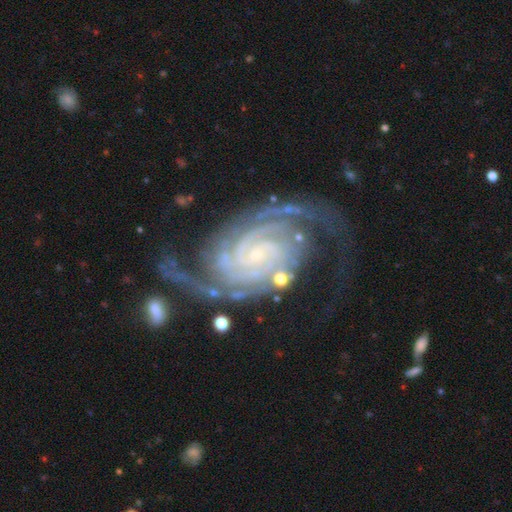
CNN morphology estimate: Q: Smooth or featured?
A: featured or disk (93%); runner-up: star or artifact (4%)
Q: Edge-on disk?
A: no (98%); runner-up: yes (2%)
Q: Bar?
A: no (57%); runner-up: weak (29%)
Q: Spiral arms?
A: yes (99%); runner-up: no (1%)
Q: Spiral winding?
A: tight (70%); runner-up: medium (25%)
Q: Spiral arm count?
A: 2 (61%); runner-up: 3 (14%)
Q: Bulge size?
A: small (80%); runner-up: moderate (11%)
Q: Merging?
A: none (62%); runner-up: minor disturbance (19%)